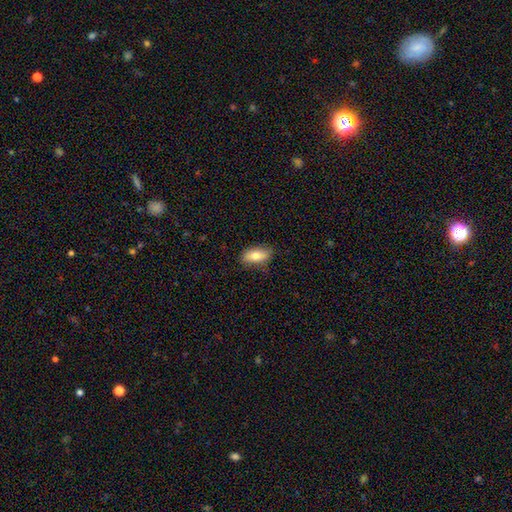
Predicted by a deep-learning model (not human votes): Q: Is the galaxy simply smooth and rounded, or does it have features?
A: smooth — 76%.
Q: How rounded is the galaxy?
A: in between — 88%.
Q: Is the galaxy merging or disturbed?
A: none — 83%.